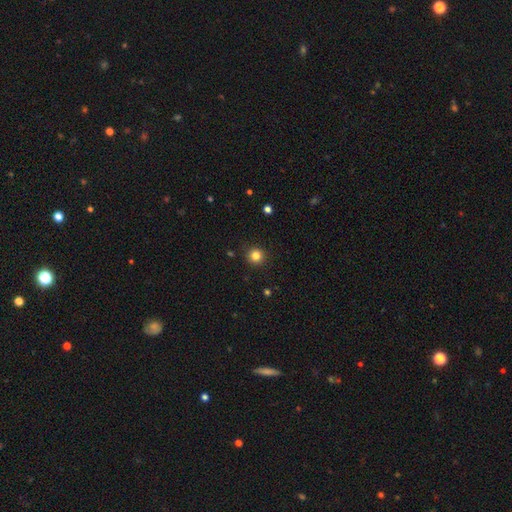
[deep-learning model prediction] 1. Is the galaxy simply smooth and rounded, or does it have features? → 82% smooth, 13% star or artifact, 5% featured or disk.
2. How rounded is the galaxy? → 95% round, 4% in between, 1% cigar-shaped.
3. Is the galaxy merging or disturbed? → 91% none, 6% minor disturbance, 2% major disturbance, 1% merger.